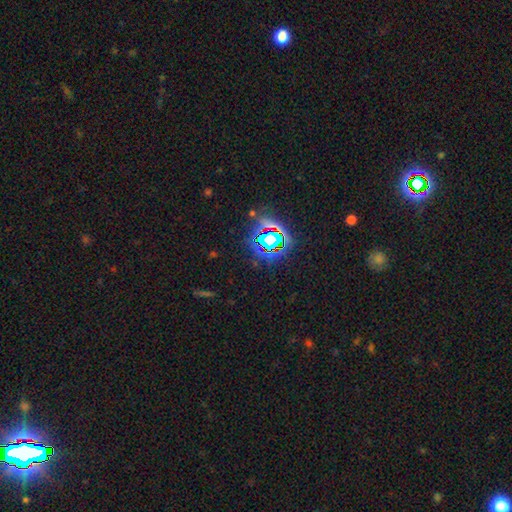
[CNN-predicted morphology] type=star or artifact (75%).